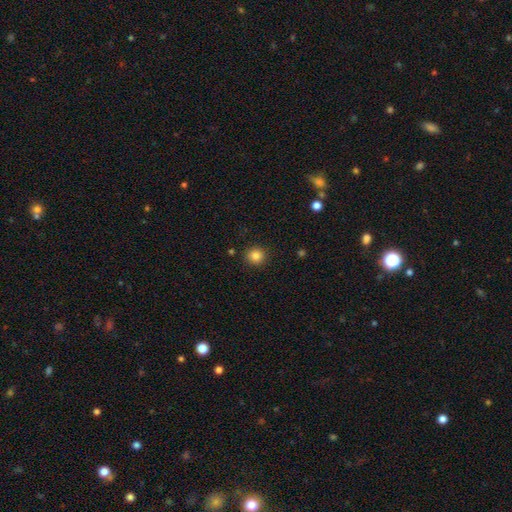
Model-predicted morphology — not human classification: smooth_or_featured: smooth (p=0.84) [alt: star or artifact p=0.12]
how_rounded: round (p=0.92) [alt: in between p=0.07]
merging: none (p=0.91) [alt: minor disturbance p=0.06]